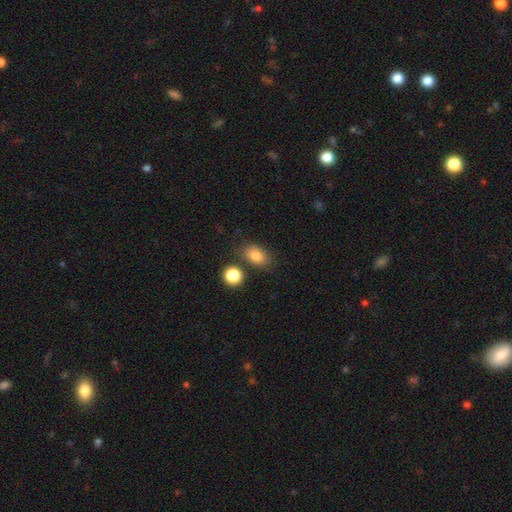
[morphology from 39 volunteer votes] Overall: smooth (97%). How rounded: in between (84%). Merging: none (68%).